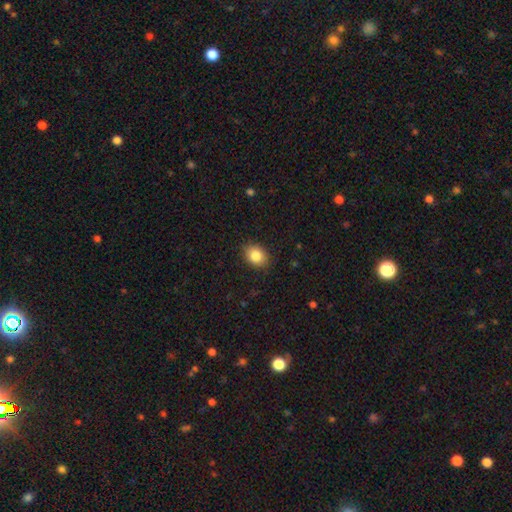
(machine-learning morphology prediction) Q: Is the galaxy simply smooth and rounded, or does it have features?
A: smooth — 84%.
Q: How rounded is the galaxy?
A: in between — 60%.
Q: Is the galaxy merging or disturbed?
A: none — 88%.